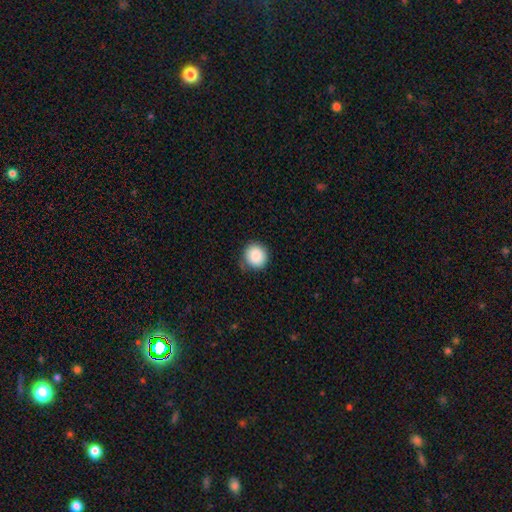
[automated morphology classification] This is clearly a smooth galaxy (87%). How rounded: clearly round (90%). Merging: likely none (76%).